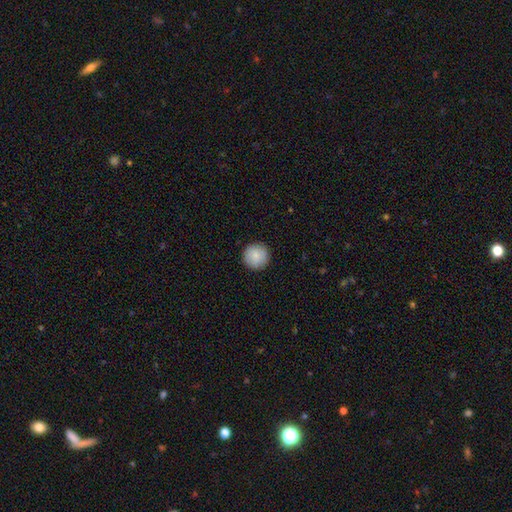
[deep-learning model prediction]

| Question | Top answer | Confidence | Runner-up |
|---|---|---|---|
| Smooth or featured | smooth | 86% | star or artifact (7%) |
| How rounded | round | 96% | in between (3%) |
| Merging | none | 92% | minor disturbance (6%) |